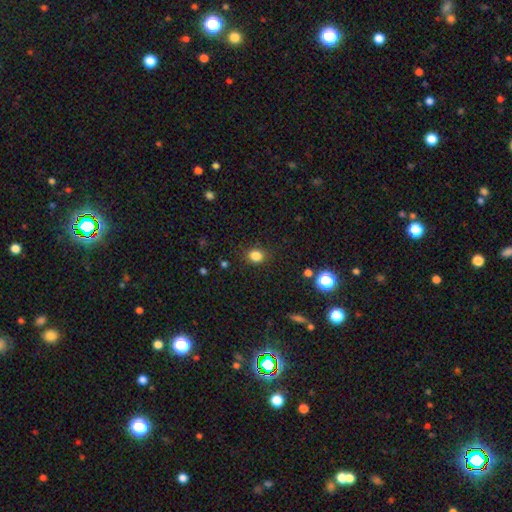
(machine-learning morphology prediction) Q: Smooth or featured?
A: smooth (83%); runner-up: star or artifact (13%)
Q: How rounded?
A: round (64%); runner-up: in between (35%)
Q: Merging?
A: none (86%); runner-up: minor disturbance (10%)